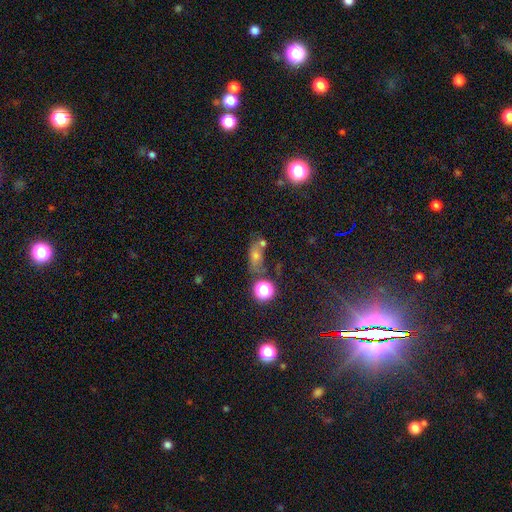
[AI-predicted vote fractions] Smooth or featured? Predicted: smooth (p=0.40). Merging? Predicted: none (p=0.60).